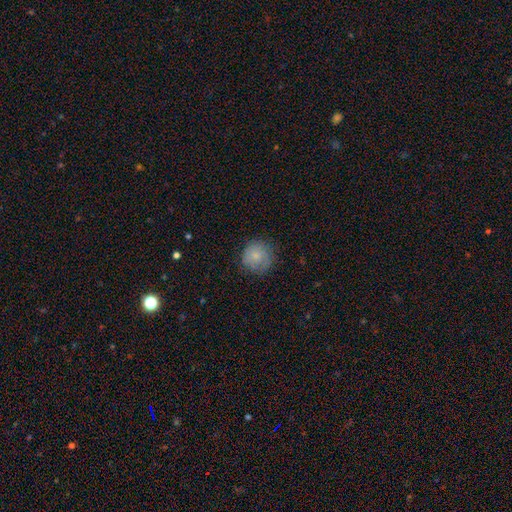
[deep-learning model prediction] Smooth or featured? smooth (75%)
How rounded? round (92%)
Merging? none (74%)